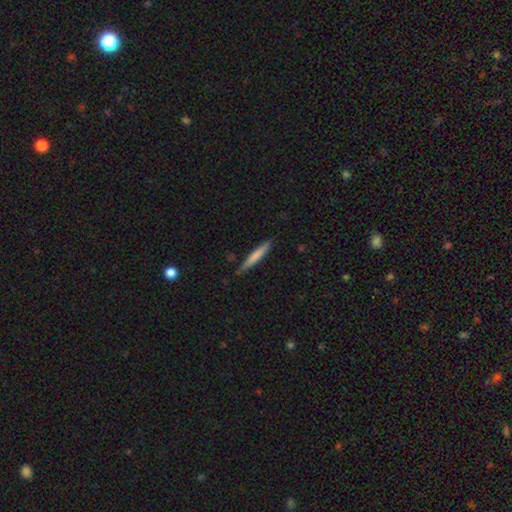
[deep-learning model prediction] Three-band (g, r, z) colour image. It shows a smooth galaxy with no disk features (69%) that is cigar-shaped (94%). Merging: none (84%).